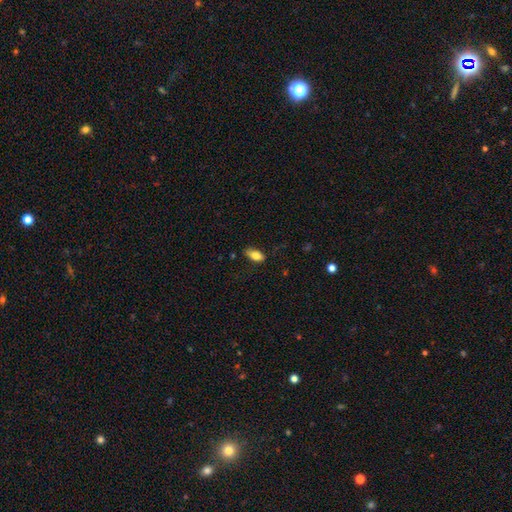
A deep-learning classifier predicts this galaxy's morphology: A smooth galaxy with no disk features (80%) that is in between round and cigar-shaped (86%). Merging: none (68%).